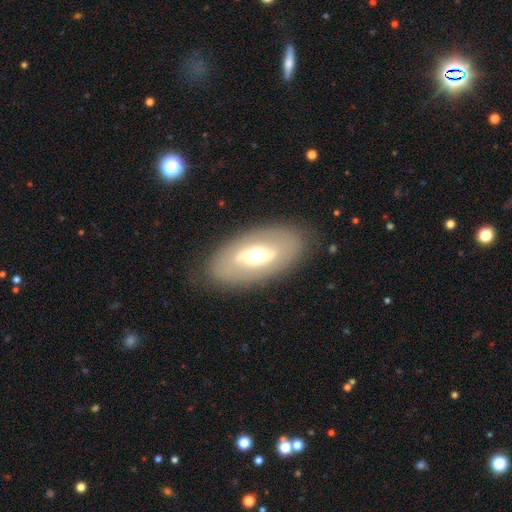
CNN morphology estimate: smooth-or-featured: featured or disk: 57% | smooth: 36% | star or artifact: 7%
  disk-edge-on: no: 87% | yes: 13%
  merging: none: 83% | minor disturbance: 11% | major disturbance: 5% | merger: 1%